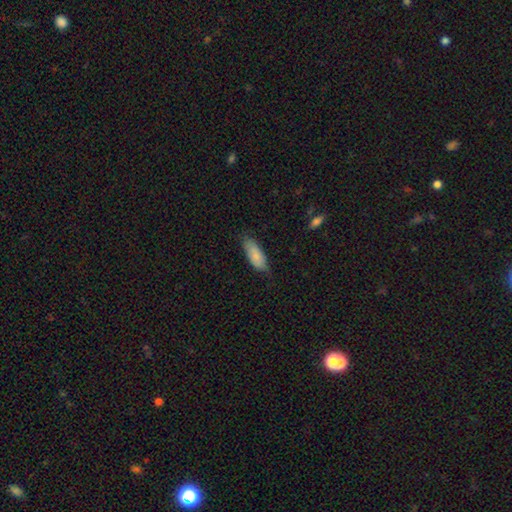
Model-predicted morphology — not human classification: This appears to be a smooth galaxy with no disk features (80%) that is in between round and cigar-shaped (80%). Merging: none (65%).